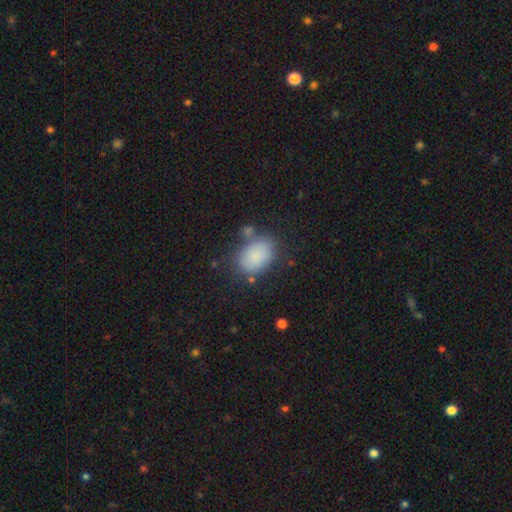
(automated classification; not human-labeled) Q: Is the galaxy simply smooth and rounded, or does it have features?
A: smooth — 85%.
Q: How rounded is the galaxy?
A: in between — 86%.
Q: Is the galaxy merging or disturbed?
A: none — 67%.